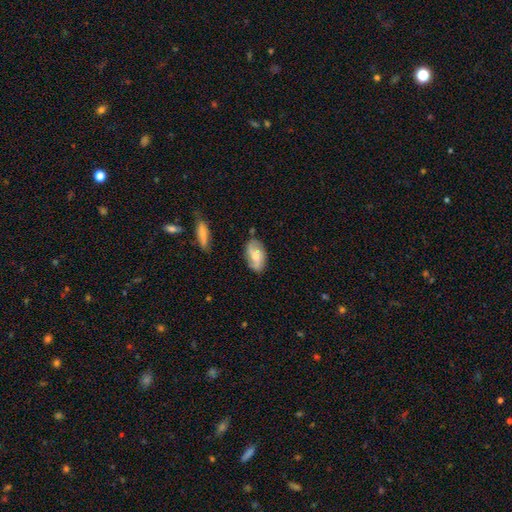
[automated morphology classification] This is possibly a featured or disk galaxy (49%). Merging: likely none (72%).